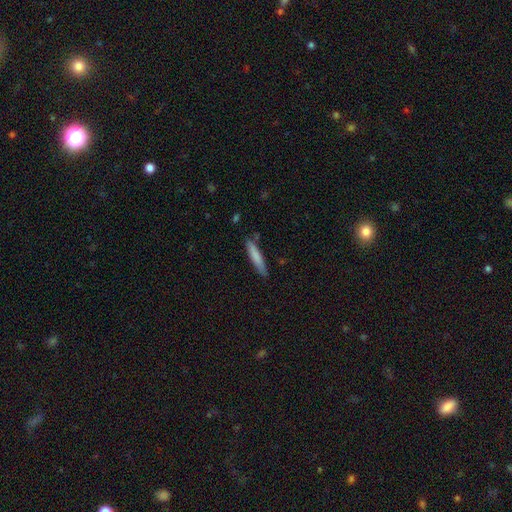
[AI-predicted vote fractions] smooth 78%, featured or disk 17%, star or artifact 6%. Down the decision tree: how rounded — cigar-shaped (91%); merging — none (80%).